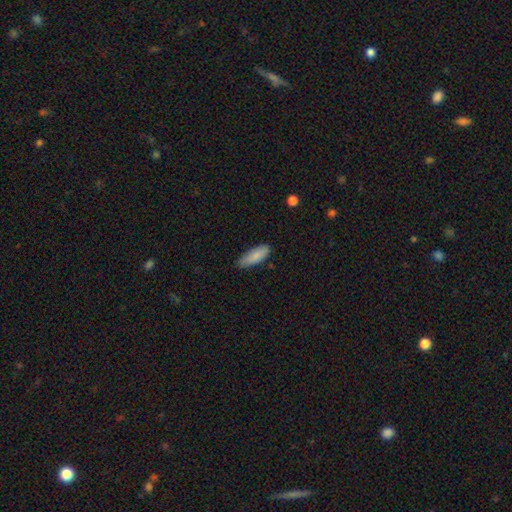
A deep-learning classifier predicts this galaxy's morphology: This appears to be a smooth galaxy with no disk features (86%) that is in between round and cigar-shaped (68%). Merging: none (73%).